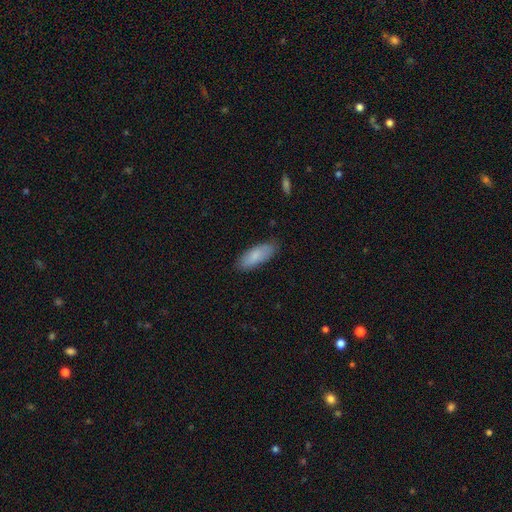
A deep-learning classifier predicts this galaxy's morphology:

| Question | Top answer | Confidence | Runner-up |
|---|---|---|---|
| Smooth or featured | smooth | 83% | featured or disk (11%) |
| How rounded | in between | 75% | cigar-shaped (23%) |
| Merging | none | 82% | minor disturbance (14%) |